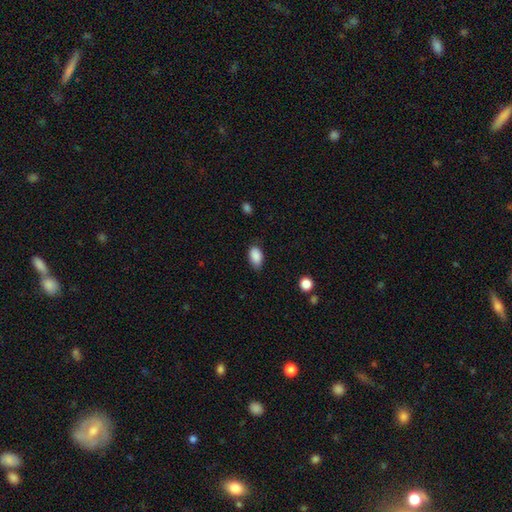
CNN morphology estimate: Smooth or featured? smooth (89%)
How rounded? in between (91%)
Merging? none (72%)